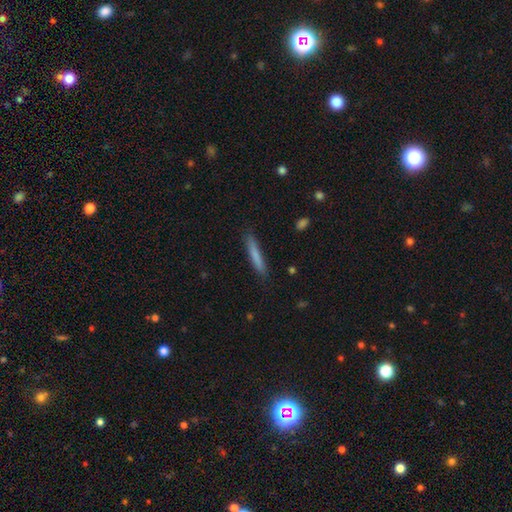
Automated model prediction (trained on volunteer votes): The model was most divided on "smooth or featured": smooth: 79%, featured or disk: 15%, star or artifact: 6%. More confident: how rounded — cigar-shaped (94%); merging — none (86%).